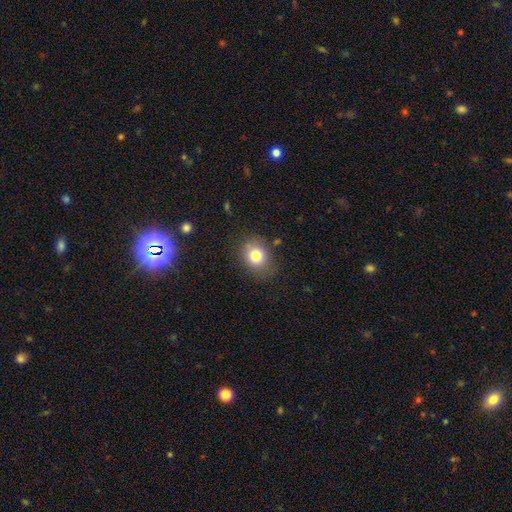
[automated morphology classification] A smooth galaxy with no disk features (79%) that is round (59%). Merging: none (79%).